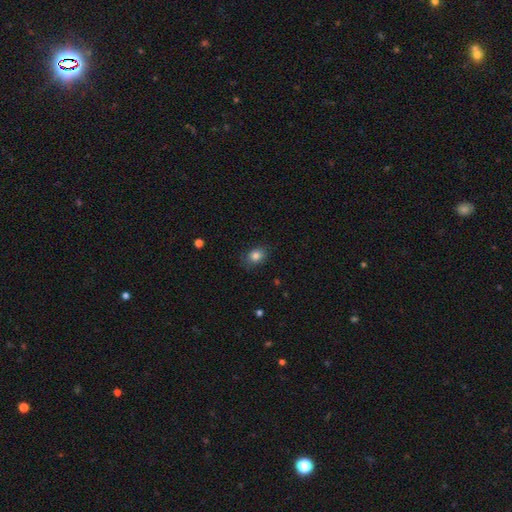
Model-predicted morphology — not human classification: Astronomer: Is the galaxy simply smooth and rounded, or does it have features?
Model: smooth — 83%.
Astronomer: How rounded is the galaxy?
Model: in between — 57% (runner-up: round, 41%).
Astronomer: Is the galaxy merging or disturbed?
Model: none — 79%.